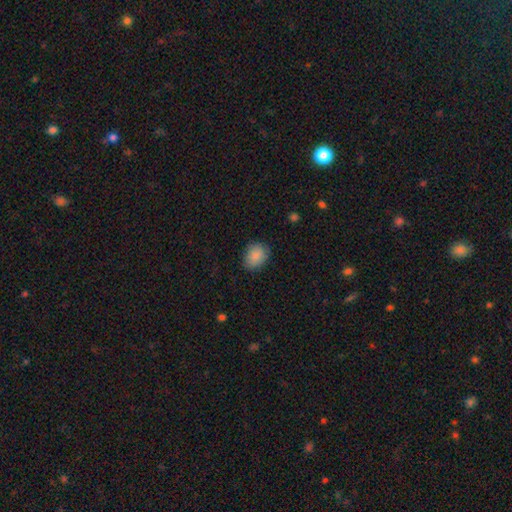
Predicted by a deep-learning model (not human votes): Smooth or featured? Predicted: smooth (p=0.87). How rounded? Predicted: in between (p=0.57). Merging? Predicted: none (p=0.82).